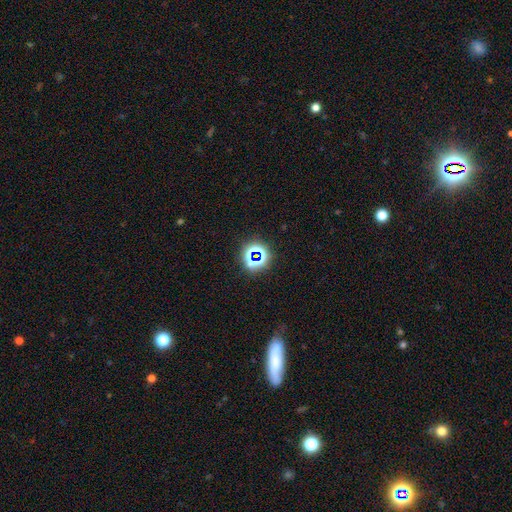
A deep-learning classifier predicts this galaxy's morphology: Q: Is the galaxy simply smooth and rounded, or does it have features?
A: star or artifact — 68%.